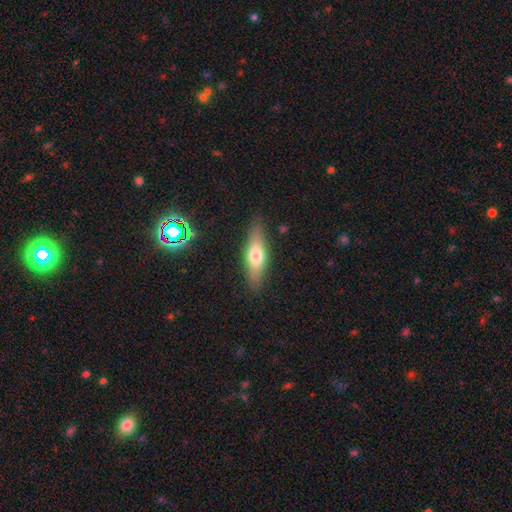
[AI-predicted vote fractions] Morphology: type=smooth (60%); roundness=cigar-shaped (54%); merging=none (85%).